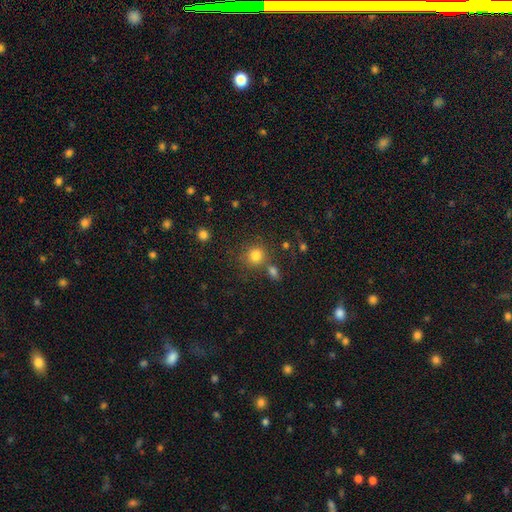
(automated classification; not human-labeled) This appears to be a smooth galaxy with no disk features (81%) that is round (87%). Merging: none (72%).